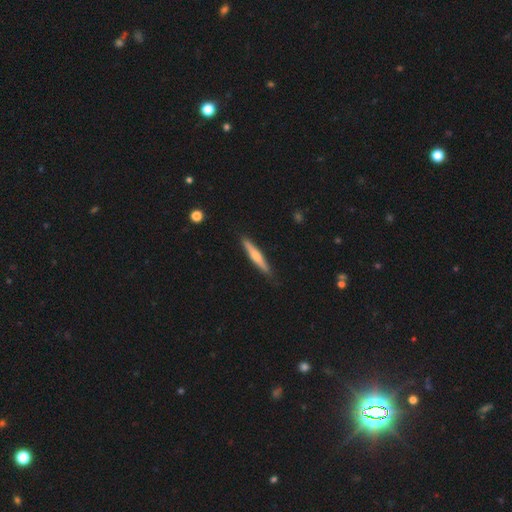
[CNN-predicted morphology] A smooth galaxy with no disk features (51%) that is cigar-shaped (93%). Merging: none (88%).